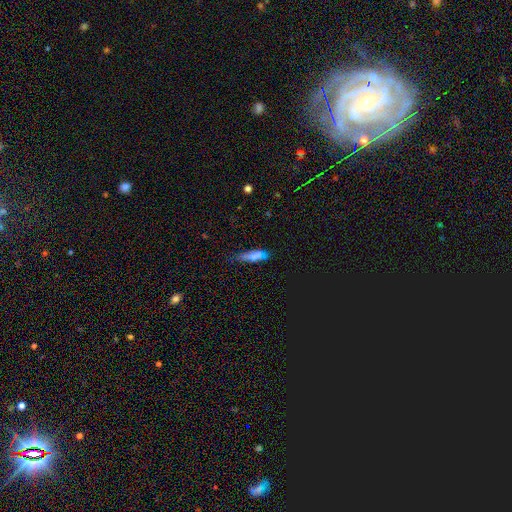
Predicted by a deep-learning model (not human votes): smooth 64%, featured or disk 25%, star or artifact 11%. Down the decision tree: how rounded — cigar-shaped (57%); merging — none (58%).